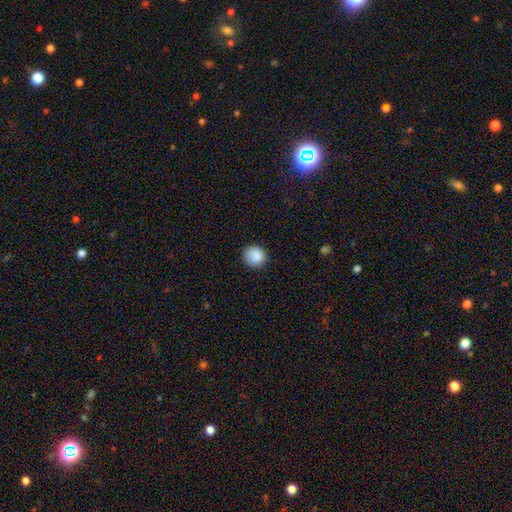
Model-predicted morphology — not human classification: Q: Smooth or featured?
A: smooth (87%); runner-up: star or artifact (8%)
Q: How rounded?
A: round (91%); runner-up: in between (9%)
Q: Merging?
A: none (84%); runner-up: minor disturbance (12%)